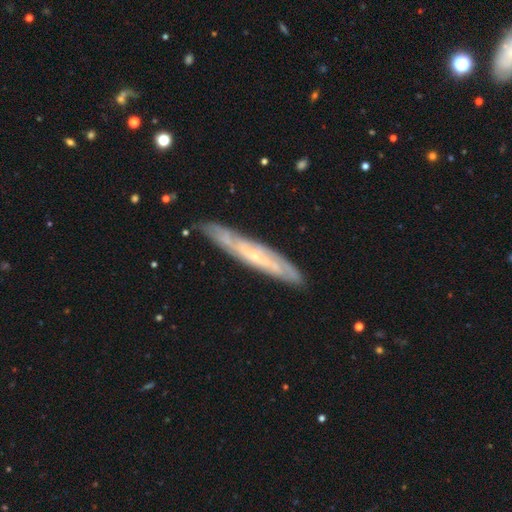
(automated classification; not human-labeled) Smooth or featured: featured or disk — 72% (smooth — 22%)
Edge-on disk: yes — 59% (no — 41%)
Merging: none — 82% (minor disturbance — 14%)